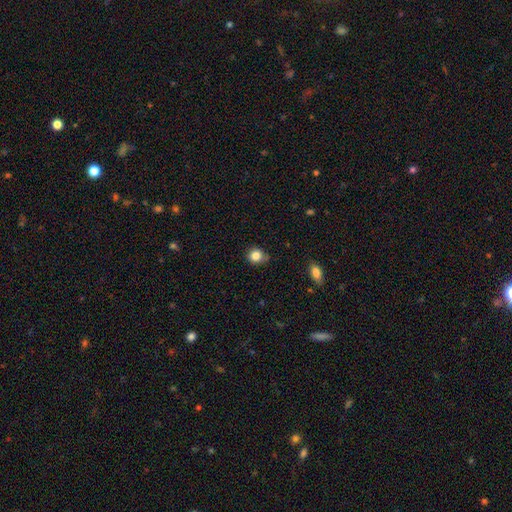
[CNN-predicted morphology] A smooth galaxy with no disk features (84%) that is round (80%).

Vote fractions:
- Smooth or featured? smooth: 84% / star or artifact: 10% / featured or disk: 6%
- How rounded? round: 80% / in between: 19% / cigar-shaped: 1%
- Merging? none: 70% / minor disturbance: 24% / major disturbance: 4% / merger: 2%